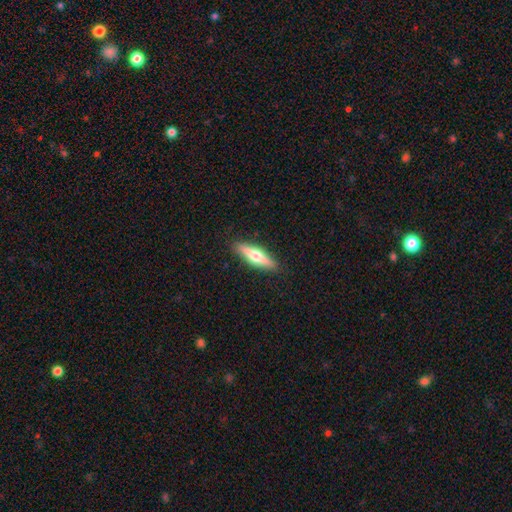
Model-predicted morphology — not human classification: smooth-or-featured: featured or disk: 54% | smooth: 41% | star or artifact: 5%
  disk-edge-on: yes: 93% | no: 7%
    edge-on-bulge: rounded: 93% | none: 3% | boxy: 3%
  merging: none: 90% | minor disturbance: 8% | major disturbance: 2% | merger: 1%